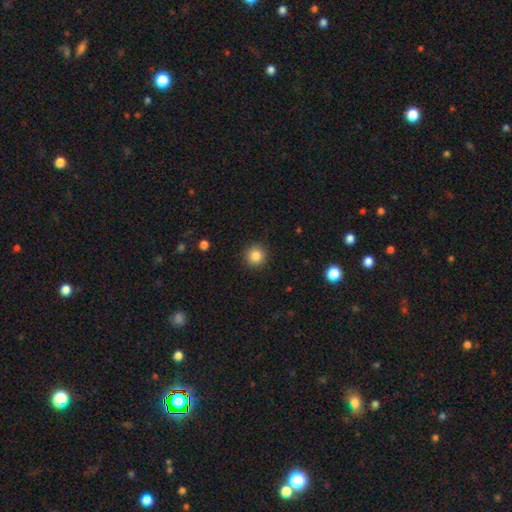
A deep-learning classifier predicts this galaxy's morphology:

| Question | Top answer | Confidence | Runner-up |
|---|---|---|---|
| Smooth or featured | smooth | 85% | star or artifact (11%) |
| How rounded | round | 94% | in between (5%) |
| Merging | none | 91% | minor disturbance (6%) |